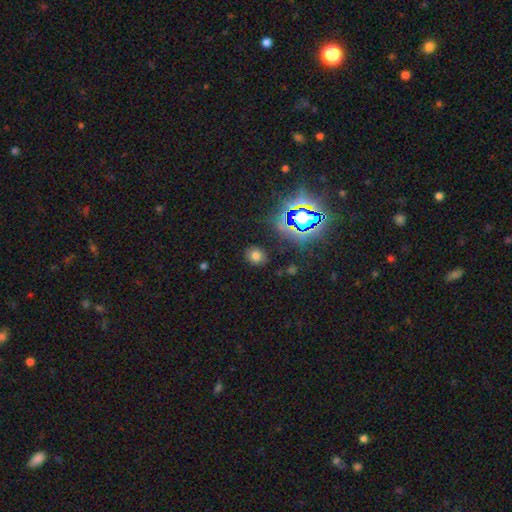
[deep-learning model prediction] The model was most divided on "how rounded": round: 64%, in between: 35%, cigar-shaped: 1%. More confident: merging — none (85%); smooth or featured — smooth (67%).